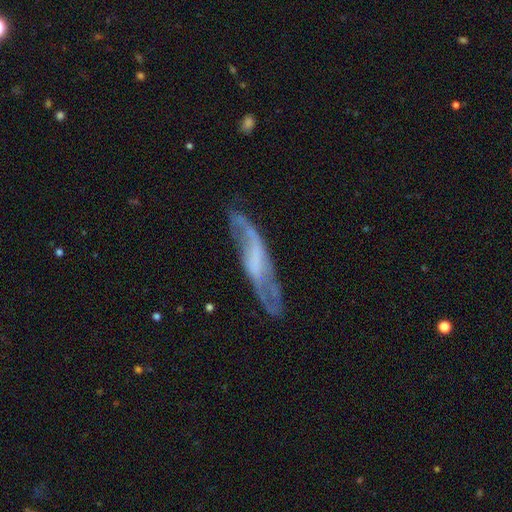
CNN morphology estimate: smooth-or-featured: featured or disk: 74% | smooth: 19% | star or artifact: 8%
  disk-edge-on: no: 65% | yes: 35%
  merging: none: 67% | minor disturbance: 20% | major disturbance: 11% | merger: 3%